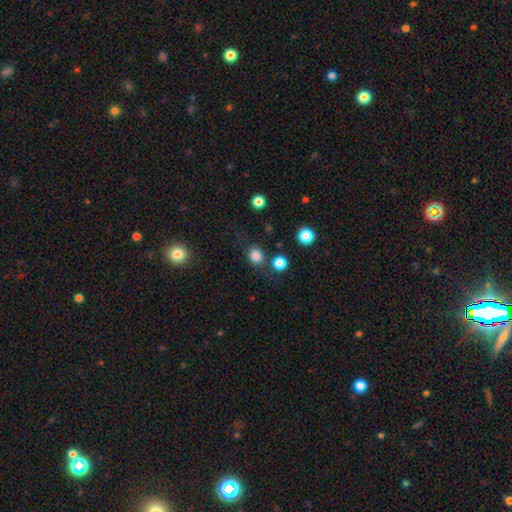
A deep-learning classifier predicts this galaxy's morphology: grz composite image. It shows a smooth galaxy with no disk features (82%) that is round (72%). Merging: none (75%).